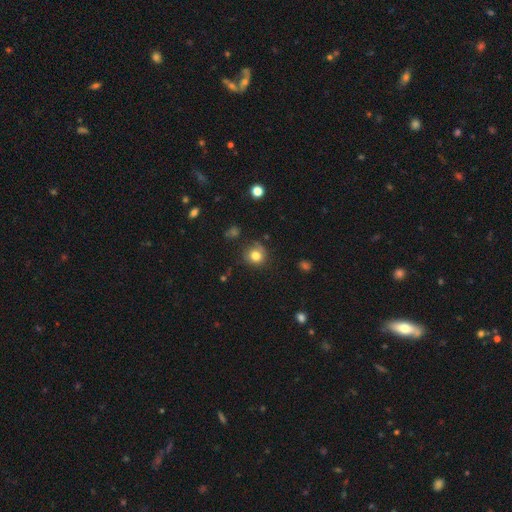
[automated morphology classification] smooth 80%, star or artifact 12%, featured or disk 8%. Down the decision tree: how rounded — round (88%); merging — none (77%).